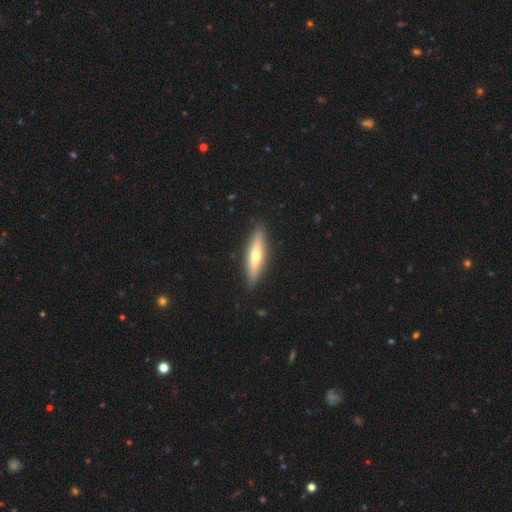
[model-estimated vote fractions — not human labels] Morphology: type=smooth (48%); merging=none (90%).